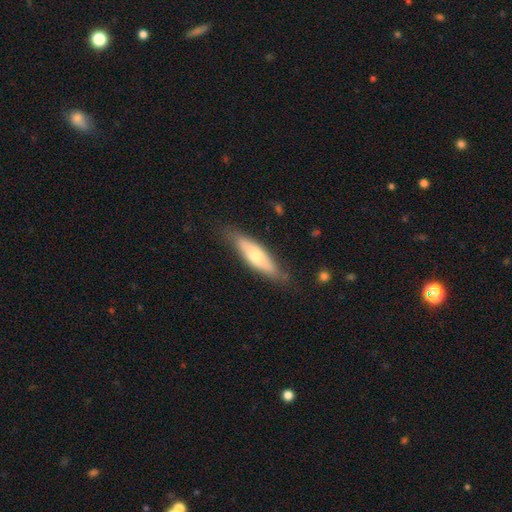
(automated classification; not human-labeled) smooth_or_featured: smooth (p=0.57) [alt: featured or disk p=0.37]
how_rounded: cigar-shaped (p=0.58) [alt: in between p=0.41]
merging: none (p=0.77) [alt: minor disturbance p=0.17]